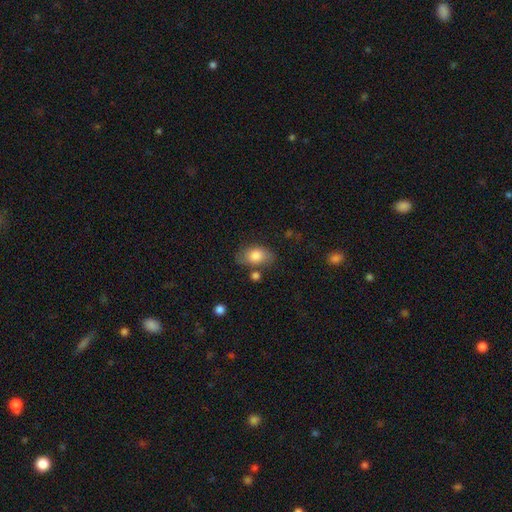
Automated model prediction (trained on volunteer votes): Smooth or featured? smooth (79%)
How rounded? in between (87%)
Merging? none (68%)